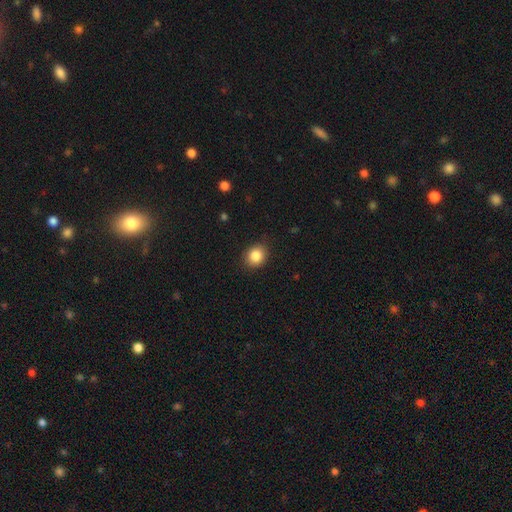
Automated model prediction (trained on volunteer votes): smooth 86%, star or artifact 9%, featured or disk 5%. Down the decision tree: how rounded — round (65%); merging — none (85%).